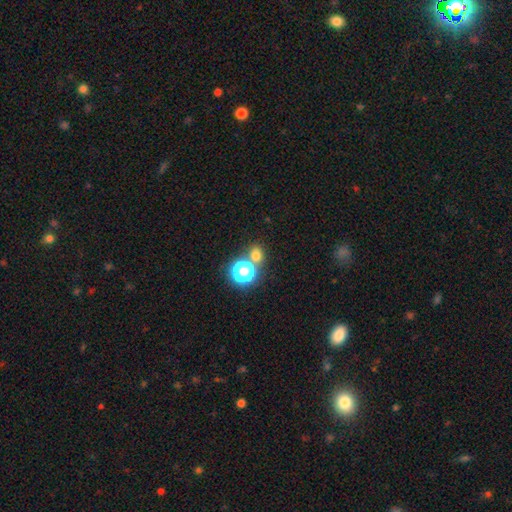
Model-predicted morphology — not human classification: smooth_or_featured: smooth (p=0.69) [alt: star or artifact p=0.24]
how_rounded: round (p=0.72) [alt: in between p=0.27]
merging: none (p=0.65) [alt: merger p=0.25]